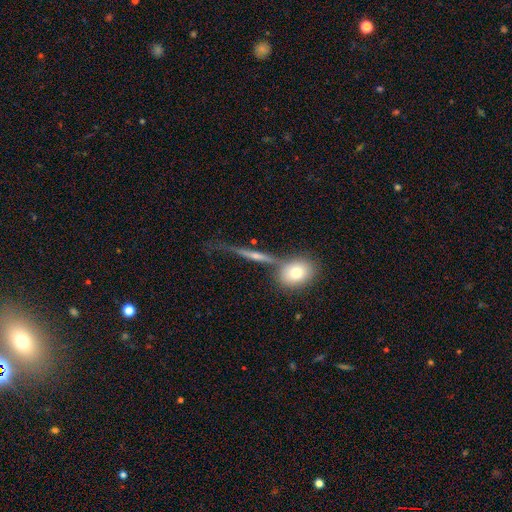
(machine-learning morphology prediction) A featured or disk galaxy (47%).

Vote fractions:
- Smooth or featured? featured or disk: 47% / smooth: 38% / star or artifact: 15%
- Merging? none: 60% / merger: 19% / minor disturbance: 14% / major disturbance: 8%